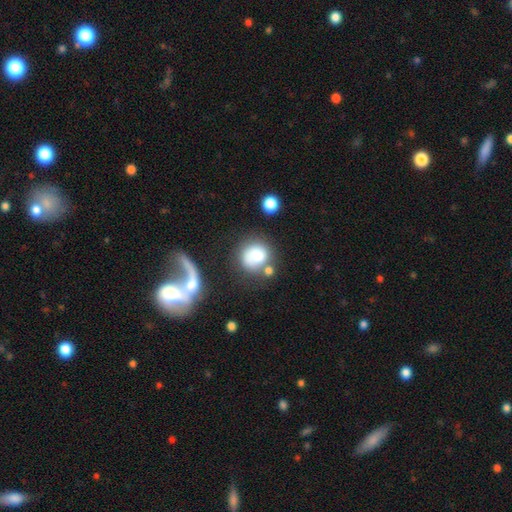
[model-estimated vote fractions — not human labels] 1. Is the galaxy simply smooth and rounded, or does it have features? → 66% smooth, 25% featured or disk, 9% star or artifact.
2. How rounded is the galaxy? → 82% round, 16% in between, 1% cigar-shaped.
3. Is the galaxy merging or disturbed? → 48% none, 21% merger, 17% minor disturbance, 13% major disturbance.